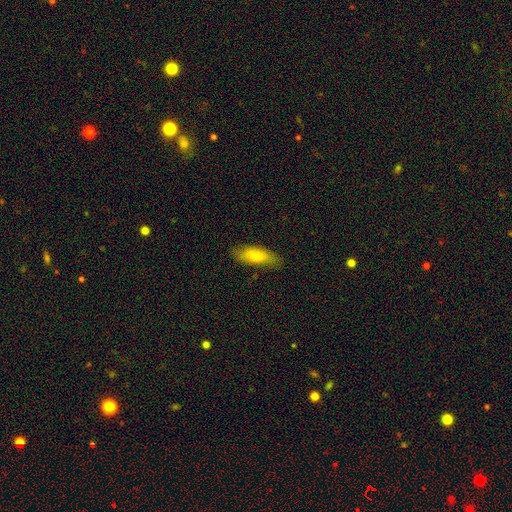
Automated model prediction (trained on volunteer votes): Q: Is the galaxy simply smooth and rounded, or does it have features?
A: smooth — 77%.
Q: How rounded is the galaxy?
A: in between — 69%.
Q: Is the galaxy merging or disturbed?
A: none — 79%.